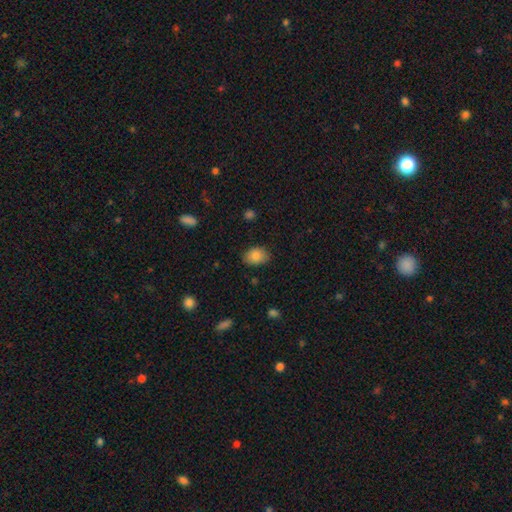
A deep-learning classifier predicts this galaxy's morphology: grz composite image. It shows a smooth galaxy with no disk features (85%) that is in between round and cigar-shaped (74%). Merging: none (81%).